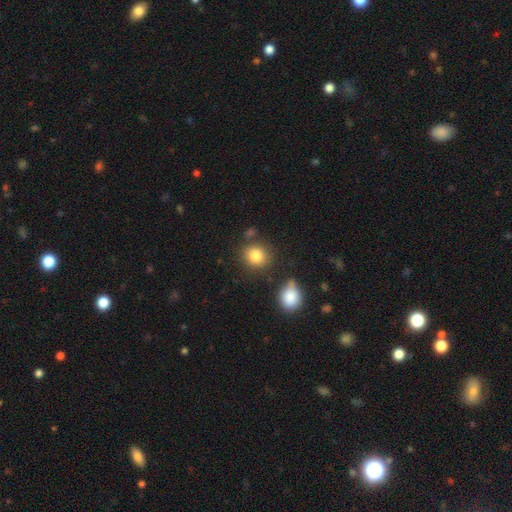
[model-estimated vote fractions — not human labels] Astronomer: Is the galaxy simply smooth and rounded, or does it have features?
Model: smooth — 83%.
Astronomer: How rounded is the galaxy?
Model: round — 81%.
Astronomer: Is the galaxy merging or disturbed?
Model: none — 77%.